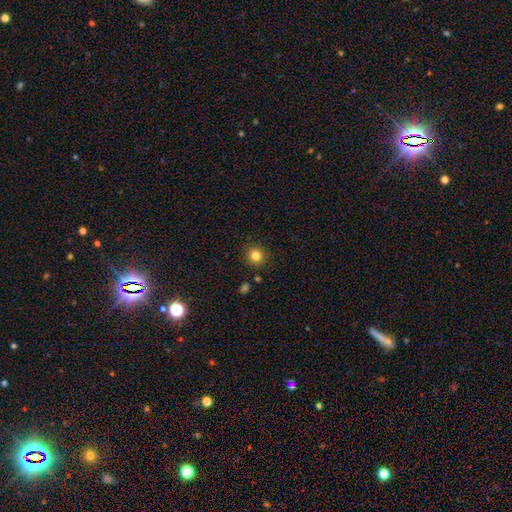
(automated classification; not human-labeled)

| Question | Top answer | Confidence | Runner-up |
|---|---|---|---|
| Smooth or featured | smooth | 82% | star or artifact (12%) |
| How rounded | round | 91% | in between (8%) |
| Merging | none | 89% | minor disturbance (6%) |